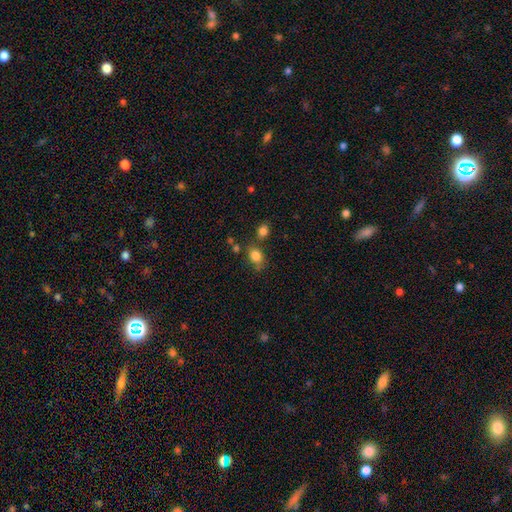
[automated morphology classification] Smooth or featured? smooth (82%)
How rounded? in between (60%)
Merging? none (60%)